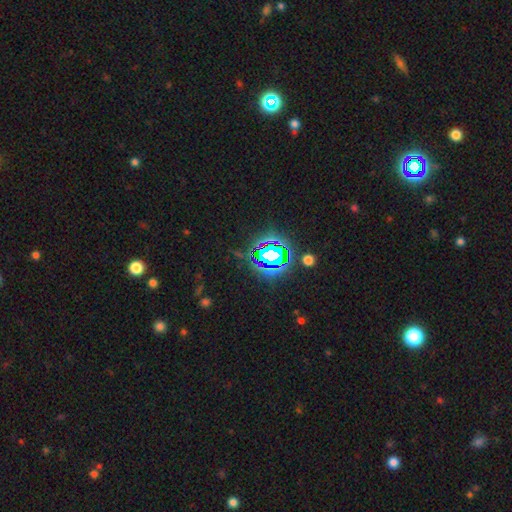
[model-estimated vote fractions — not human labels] Overall: star or artifact (81%).